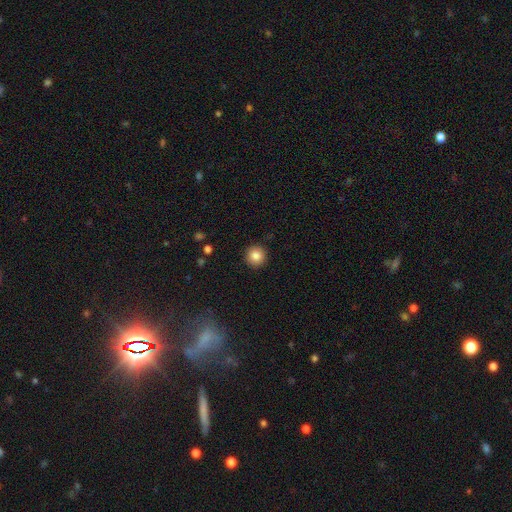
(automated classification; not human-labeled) smooth_or_featured: smooth (p=0.85) [alt: star or artifact p=0.09]
how_rounded: round (p=0.95) [alt: in between p=0.04]
merging: none (p=0.92) [alt: minor disturbance p=0.05]